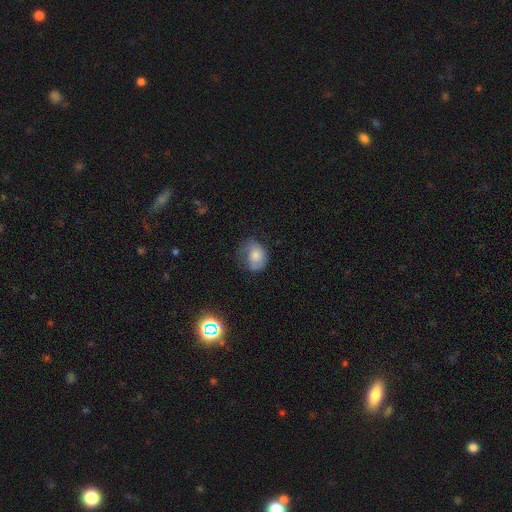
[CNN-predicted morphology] type=smooth (73%); roundness=in between (55%); merging=none (42%).